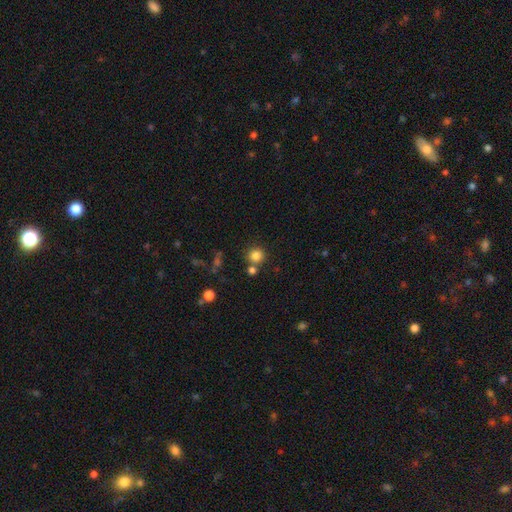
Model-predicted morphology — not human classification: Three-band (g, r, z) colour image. It shows a smooth galaxy with no disk features (82%) that is round (92%). Merging: none (72%).